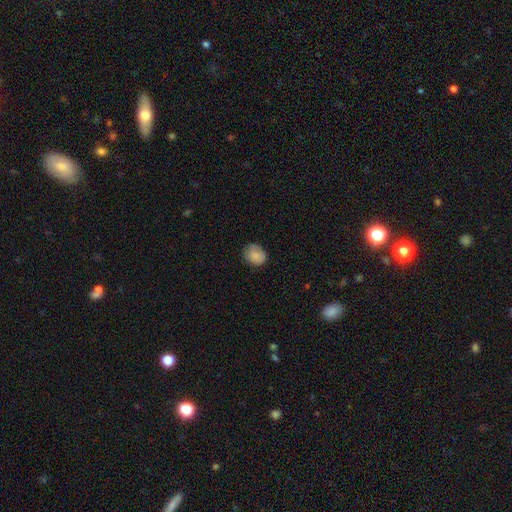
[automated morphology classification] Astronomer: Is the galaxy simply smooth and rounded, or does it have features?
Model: smooth — 84%.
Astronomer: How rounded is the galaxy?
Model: round — 62%.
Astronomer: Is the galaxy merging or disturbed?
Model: none — 72%.